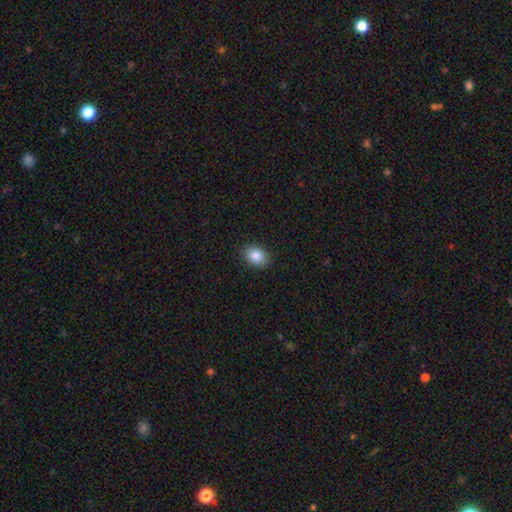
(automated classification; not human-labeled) Morphology: type=smooth (87%); roundness=in between (72%); merging=none (88%).